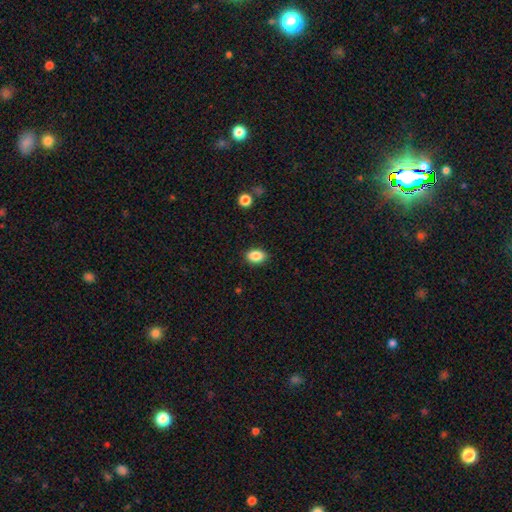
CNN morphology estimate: Smooth or featured? Predicted: smooth (p=0.86). How rounded? Predicted: in between (p=0.83). Merging? Predicted: none (p=0.88).